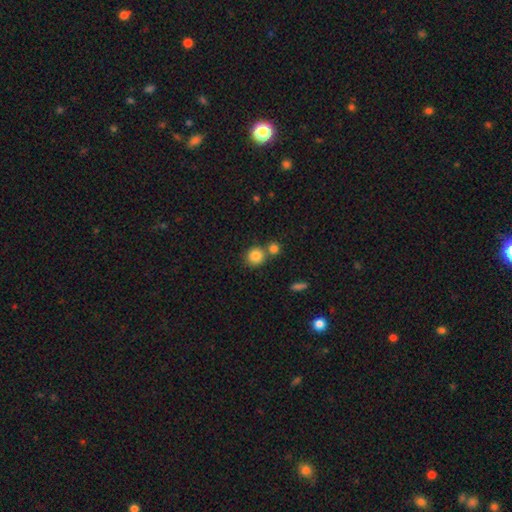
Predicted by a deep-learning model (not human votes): This appears to be a smooth galaxy with no disk features (83%) that is round (89%). Merging: none (64%).